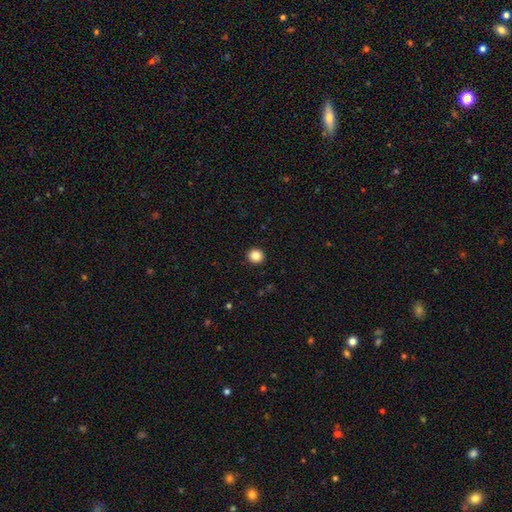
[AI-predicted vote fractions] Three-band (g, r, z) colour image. It shows a smooth galaxy with no disk features (85%) that is round (88%). Merging: none (93%).